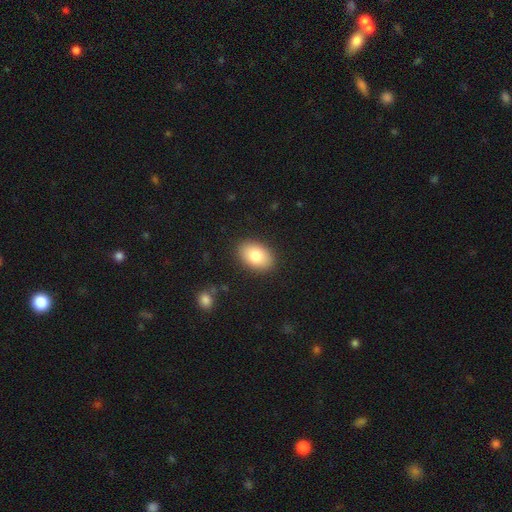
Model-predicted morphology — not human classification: This appears to be a smooth galaxy with no disk features (82%) that is in between round and cigar-shaped (87%). Merging: none (88%).